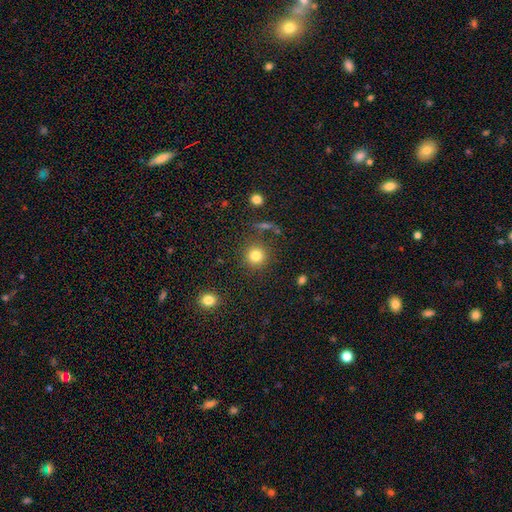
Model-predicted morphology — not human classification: This appears to be a smooth galaxy with no disk features (82%) that is round (93%). Merging: none (85%).